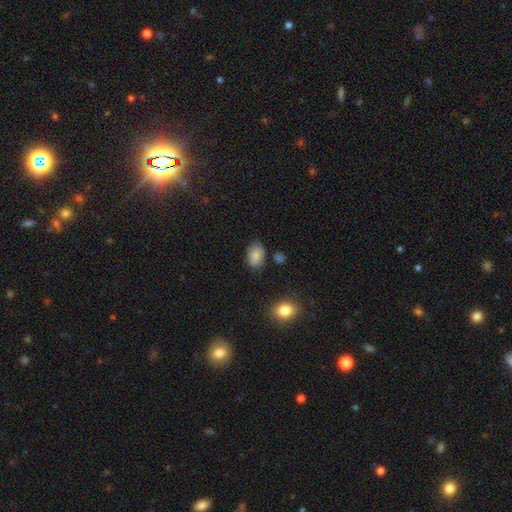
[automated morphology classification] This appears to be a smooth galaxy with no disk features (85%) that is in between round and cigar-shaped (87%). Merging: none (76%).